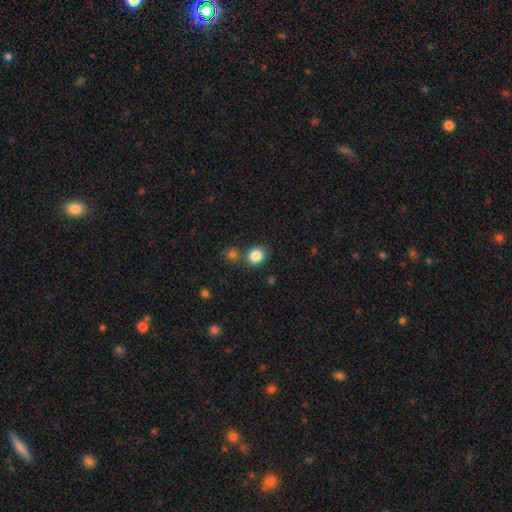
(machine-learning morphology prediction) A smooth galaxy with no disk features (86%) that is round (66%).

Vote fractions:
- Smooth or featured? smooth: 86% / star or artifact: 9% / featured or disk: 4%
- How rounded? round: 66% / in between: 33% / cigar-shaped: 1%
- Merging? none: 75% / merger: 12% / minor disturbance: 10% / major disturbance: 3%